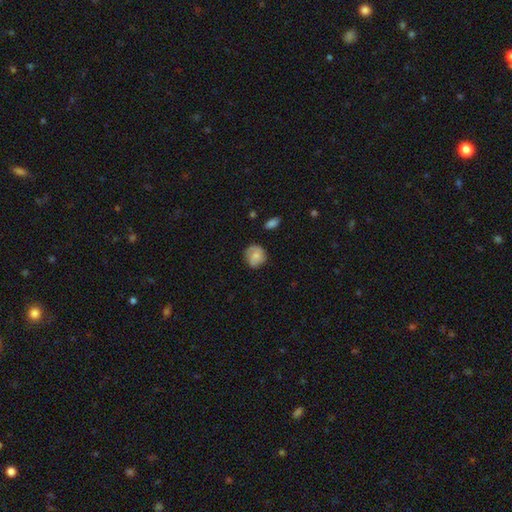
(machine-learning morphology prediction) type=smooth (65%); roundness=round (82%); merging=none (69%).